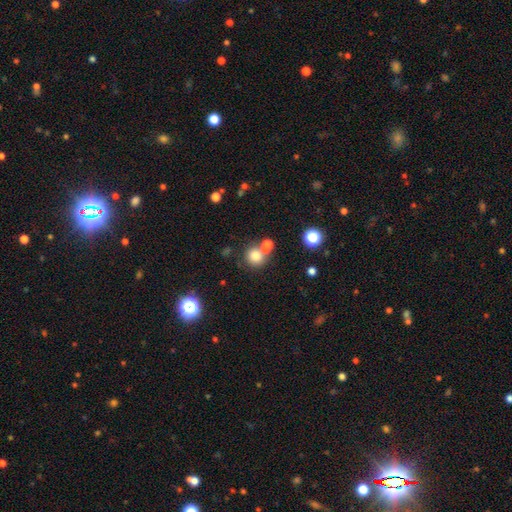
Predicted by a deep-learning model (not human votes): smooth 75%, star or artifact 14%, featured or disk 11%. Down the decision tree: how rounded — round (85%); merging — none (55%).